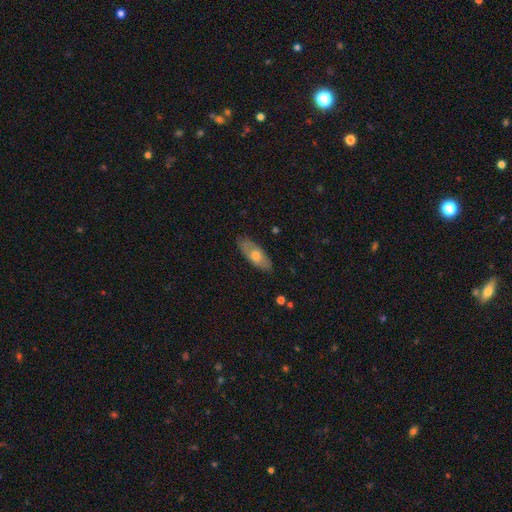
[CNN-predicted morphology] smooth_or_featured: smooth (p=0.54) [alt: featured or disk p=0.40]
how_rounded: in between (p=0.80) [alt: cigar-shaped p=0.16]
merging: none (p=0.81) [alt: minor disturbance p=0.15]